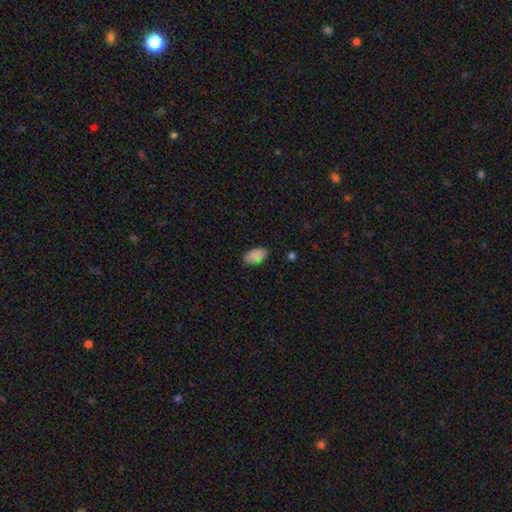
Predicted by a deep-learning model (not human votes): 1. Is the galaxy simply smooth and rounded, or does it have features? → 89% smooth, 7% star or artifact, 3% featured or disk.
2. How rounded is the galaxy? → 94% in between, 4% round, 2% cigar-shaped.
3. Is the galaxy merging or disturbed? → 86% none, 10% minor disturbance, 2% major disturbance, 1% merger.